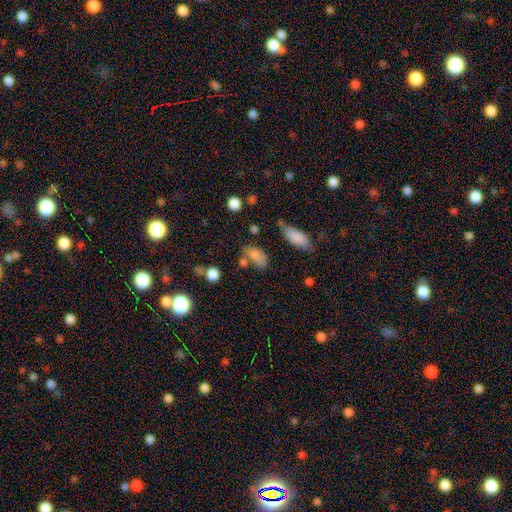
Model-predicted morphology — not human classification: A smooth galaxy with no disk features (78%) that is in between round and cigar-shaped (86%).

Vote fractions:
- Smooth or featured? smooth: 78% / star or artifact: 12% / featured or disk: 10%
- How rounded? in between: 86% / round: 10% / cigar-shaped: 4%
- Merging? none: 47% / minor disturbance: 23% / merger: 20% / major disturbance: 10%